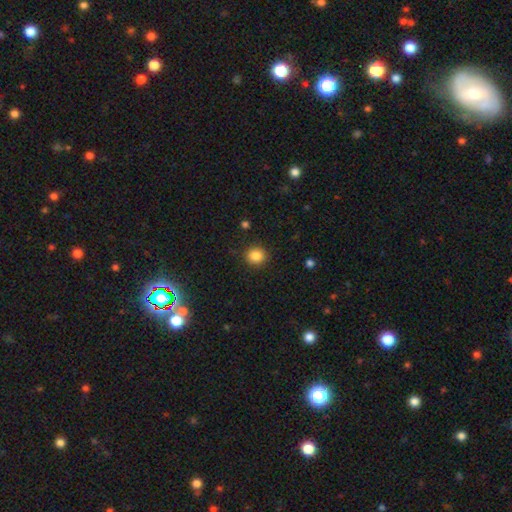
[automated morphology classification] This appears to be a smooth galaxy with no disk features (85%) that is round (85%). Merging: none (90%).